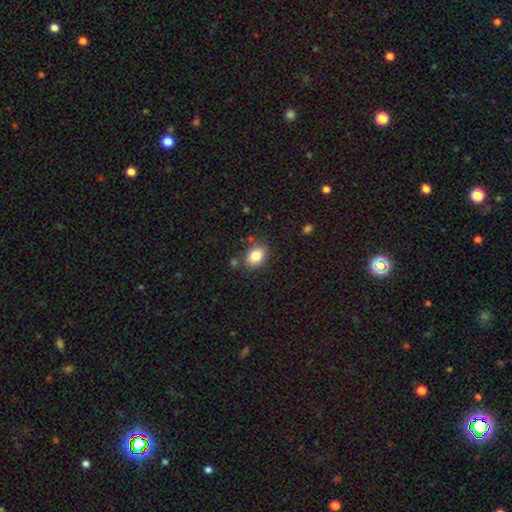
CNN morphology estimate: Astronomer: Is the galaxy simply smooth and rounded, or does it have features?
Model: smooth — 83%.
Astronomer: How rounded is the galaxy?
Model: in between — 71%.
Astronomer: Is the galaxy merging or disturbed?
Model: none — 80%.